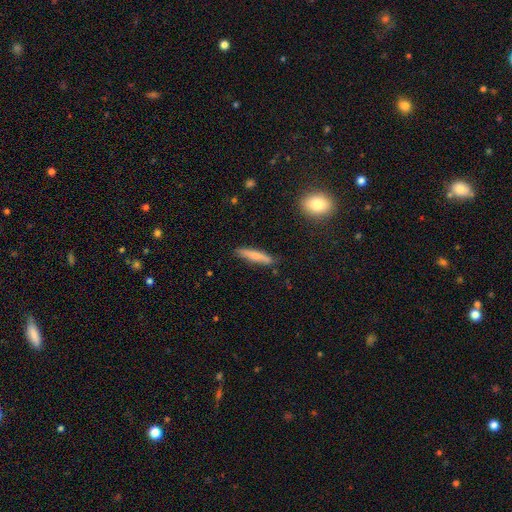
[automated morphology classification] type=smooth (71%); roundness=cigar-shaped (89%); merging=none (85%).